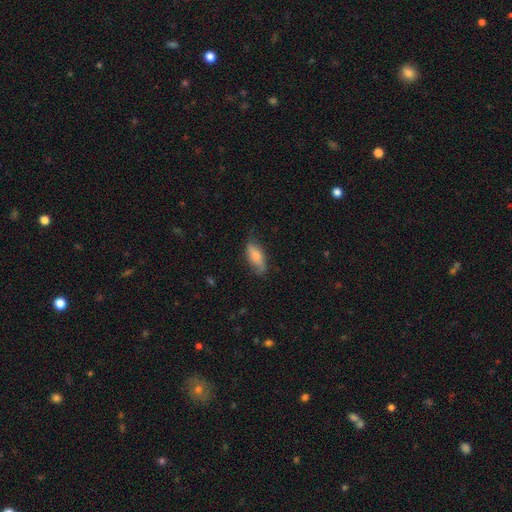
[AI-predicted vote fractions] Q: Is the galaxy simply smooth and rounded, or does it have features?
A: smooth — 72%.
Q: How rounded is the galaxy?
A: in between — 72%.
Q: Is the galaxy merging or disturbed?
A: none — 65%.